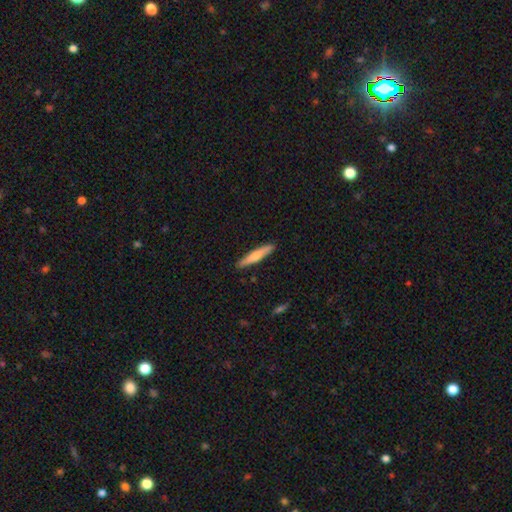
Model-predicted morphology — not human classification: The model was most divided on "smooth or featured": smooth: 60%, featured or disk: 34%, star or artifact: 5%. More confident: how rounded — cigar-shaped (91%); merging — none (90%).